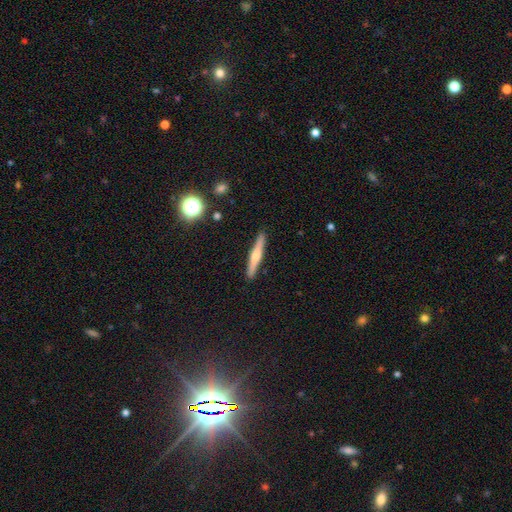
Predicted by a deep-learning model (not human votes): Overall: featured or disk (55%; smooth 39%). Edge-on disk: yes (97%). Edge-on bulge: rounded (78%). Merging: none (91%).